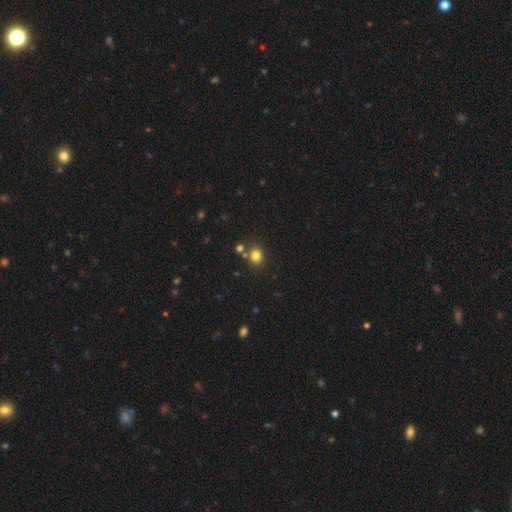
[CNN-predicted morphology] Smooth or featured? Predicted: smooth (p=0.80). How rounded? Predicted: round (p=0.73). Merging? Predicted: none (p=0.75).